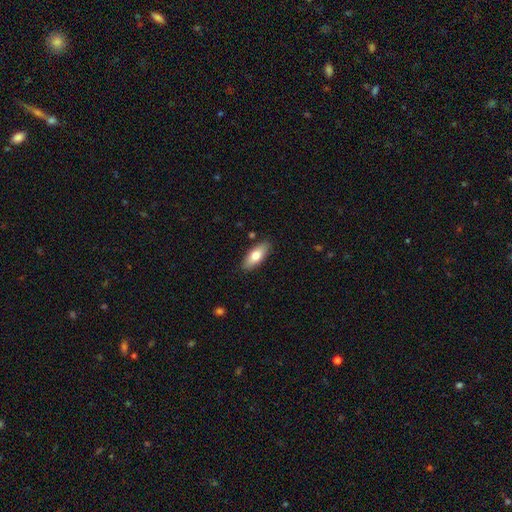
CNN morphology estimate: type=smooth (73%); roundness=in between (76%); merging=none (87%).